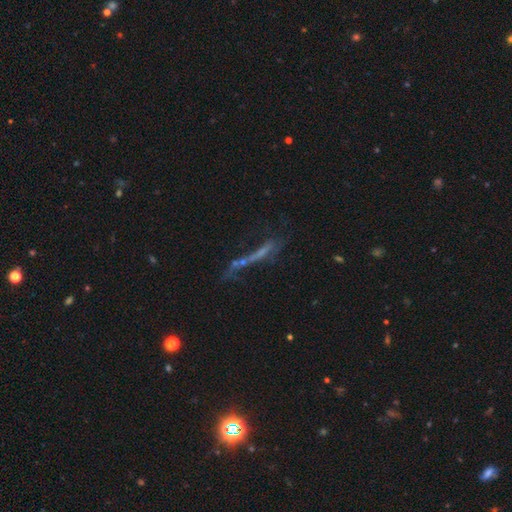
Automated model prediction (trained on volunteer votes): Smooth or featured?
  - featured or disk: 45% *
  - smooth: 30%
  - star or artifact: 25%
Merging?
  - none: 43% *
  - major disturbance: 25%
  - minor disturbance: 19%
  - merger: 13%